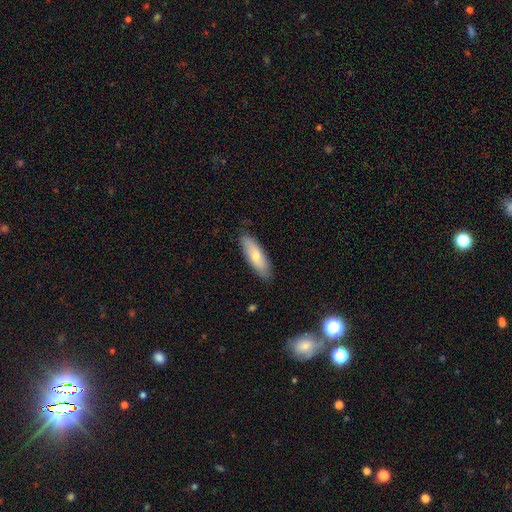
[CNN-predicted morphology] The model was most divided on "how rounded": in between: 51%, cigar-shaped: 47%, round: 2%. More confident: merging — none (84%); smooth or featured — smooth (72%).